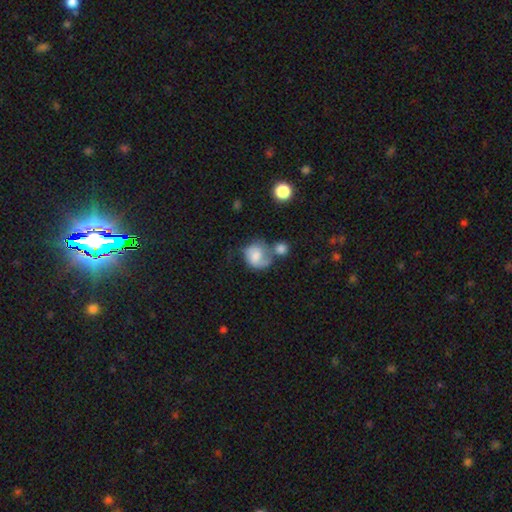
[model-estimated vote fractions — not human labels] smooth_or_featured: smooth (p=0.58) [alt: featured or disk p=0.34]
how_rounded: round (p=0.72) [alt: in between p=0.27]
merging: merger (p=0.33) [alt: none p=0.31]